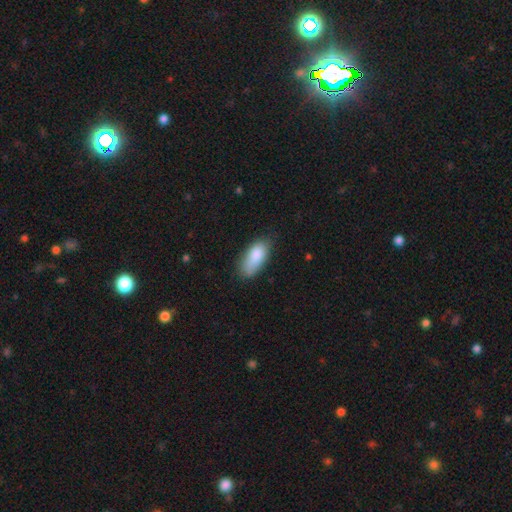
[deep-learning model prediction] Smooth or featured?
  - smooth: 85% *
  - featured or disk: 8%
  - star or artifact: 7%
How rounded?
  - in between: 88% *
  - cigar-shaped: 9%
  - round: 3%
Merging?
  - none: 67% *
  - minor disturbance: 25%
  - major disturbance: 6%
  - merger: 2%